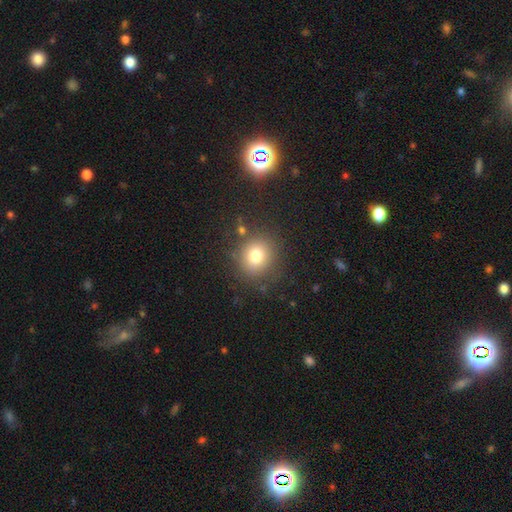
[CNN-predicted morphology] Smooth or featured? Predicted: smooth (p=0.77). How rounded? Predicted: round (p=0.84). Merging? Predicted: none (p=0.82).